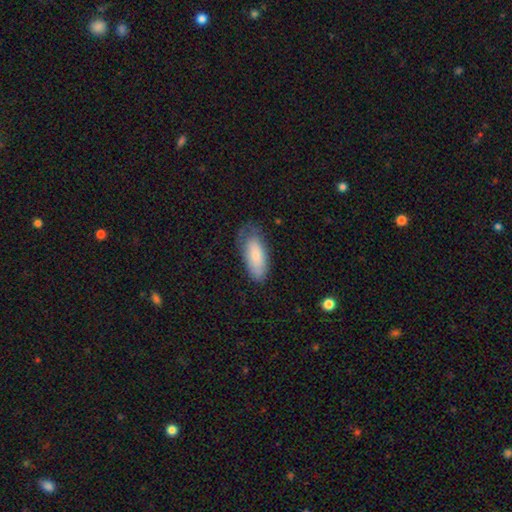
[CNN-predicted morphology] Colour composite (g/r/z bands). It shows a smooth galaxy with no disk features (75%) that is in between round and cigar-shaped (85%). Merging: none (52%).